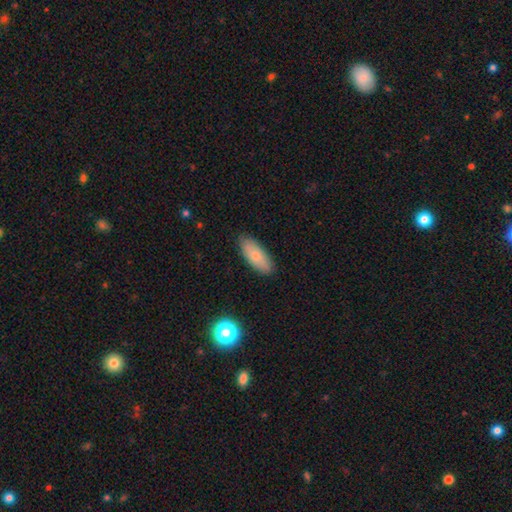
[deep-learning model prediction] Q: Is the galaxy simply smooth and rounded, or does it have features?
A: smooth — 74%.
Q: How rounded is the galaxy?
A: in between — 78%.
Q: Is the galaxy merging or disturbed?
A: none — 85%.